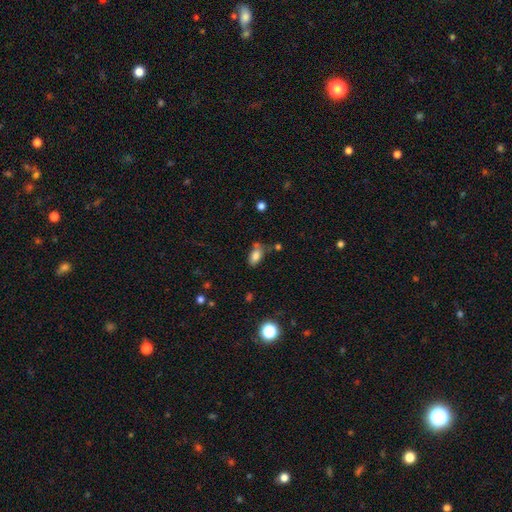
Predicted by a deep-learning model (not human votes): smooth 80%, star or artifact 10%, featured or disk 10%. Down the decision tree: how rounded — in between (90%); merging — none (58%).